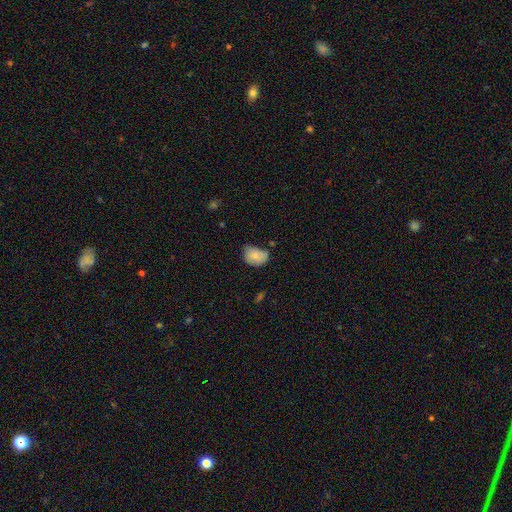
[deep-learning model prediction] Overall: smooth (80%). How rounded: in between (69%; round 30%). Merging: none (45%; minor disturbance 40%).